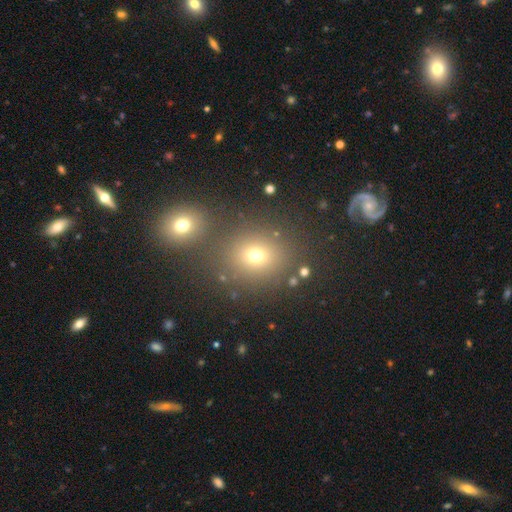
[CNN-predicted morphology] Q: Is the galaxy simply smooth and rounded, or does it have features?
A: smooth — 68%.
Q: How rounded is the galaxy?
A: round — 73%.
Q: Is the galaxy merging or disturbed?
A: none — 71%.